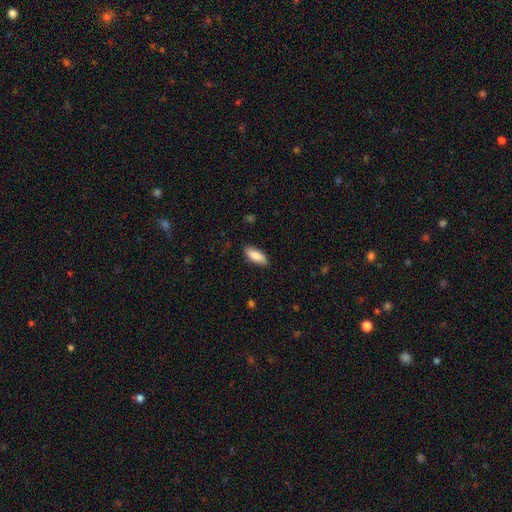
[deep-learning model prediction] Smooth or featured?
  - smooth: 86% *
  - featured or disk: 9%
  - star or artifact: 6%
How rounded?
  - in between: 74% *
  - cigar-shaped: 24%
  - round: 2%
Merging?
  - none: 87% *
  - minor disturbance: 10%
  - major disturbance: 2%
  - merger: 1%